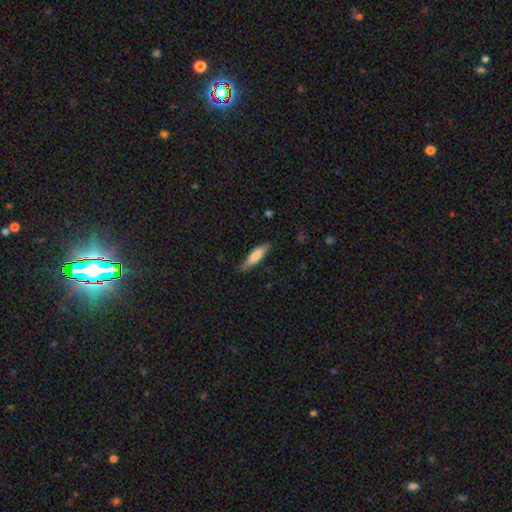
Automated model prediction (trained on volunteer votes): smooth-or-featured: smooth: 78% | featured or disk: 17% | star or artifact: 6%
  how-rounded: cigar-shaped: 63% | in between: 35% | round: 1%
  merging: none: 77% | minor disturbance: 19% | major disturbance: 3% | merger: 1%